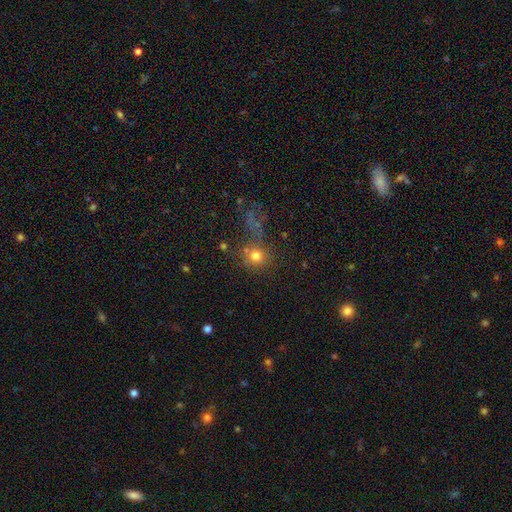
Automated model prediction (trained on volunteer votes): The model was most divided on "merging": none: 58%, merger: 18%, minor disturbance: 12%, major disturbance: 12%. More confident: how rounded — round (88%); smooth or featured — smooth (75%).